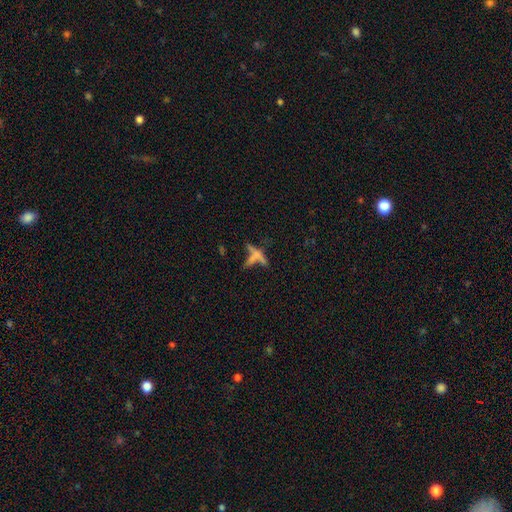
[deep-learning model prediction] Smooth or featured? smooth (46%)
Merging? none (39%)